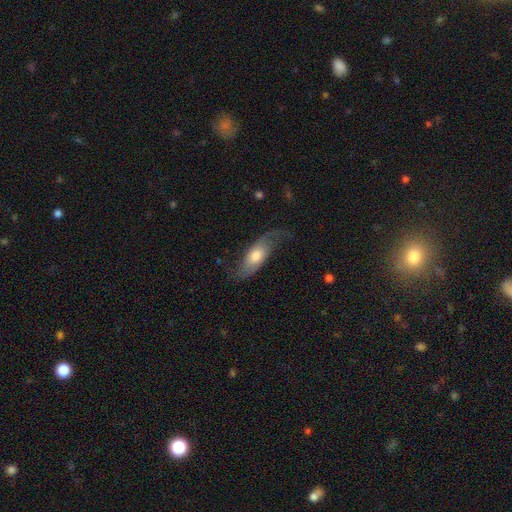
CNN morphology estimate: type=featured or disk (62%); edge-on=no (84%); bar=no (70%); spiral arms=yes (88%); bulge=moderate (57%); merging=none (59%).